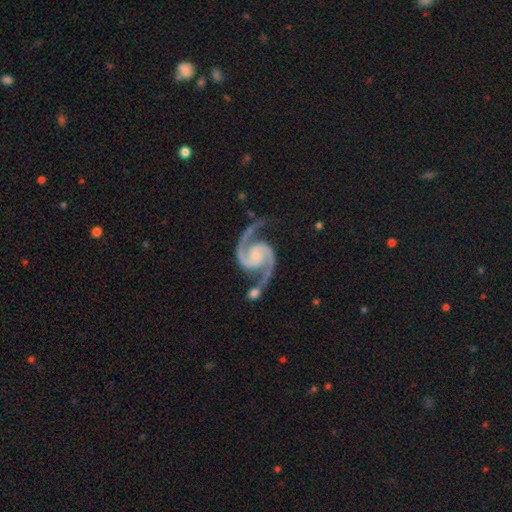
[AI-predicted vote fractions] The model was most divided on "bulge size": small: 44%, none: 33%, moderate: 17%, large: 4%, dominant: 2%. More confident: spiral arms — yes (99%); edge-on disk — no (99%); spiral arm count — 2 (95%); smooth or featured — featured or disk (95%); merging — none (65%); spiral winding — medium (64%); bar — no (62%).